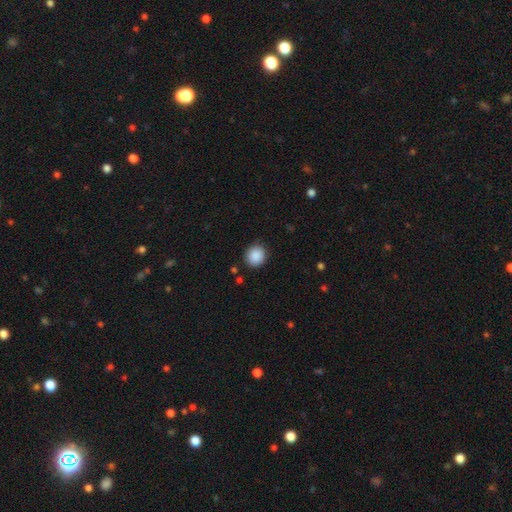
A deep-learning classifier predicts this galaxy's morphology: type=smooth (89%); roundness=round (88%); merging=none (88%).